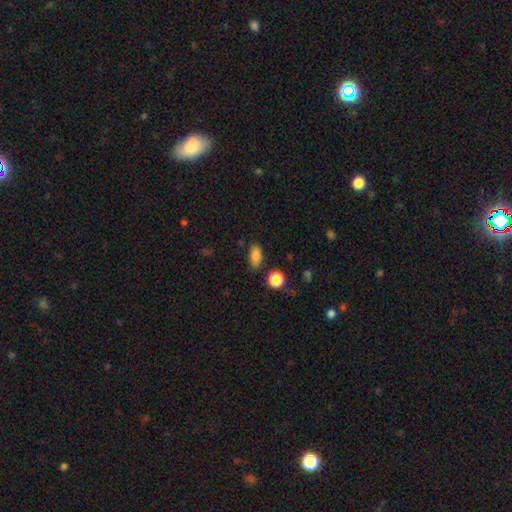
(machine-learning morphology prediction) The model was most divided on "merging": none: 81%, minor disturbance: 14%, major disturbance: 3%, merger: 3%. More confident: how rounded — in between (83%); smooth or featured — smooth (82%).